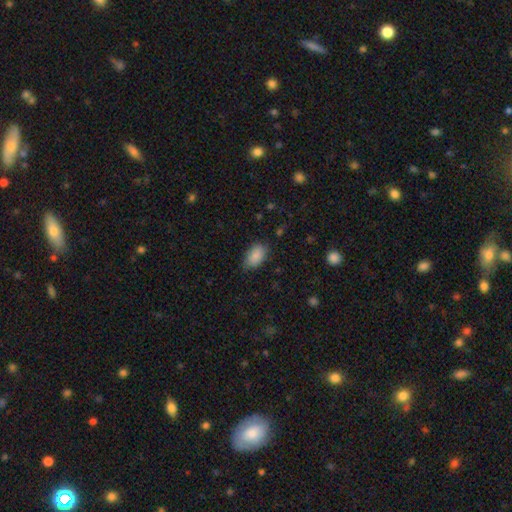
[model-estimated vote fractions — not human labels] Q: Smooth or featured?
A: smooth (87%); runner-up: star or artifact (7%)
Q: How rounded?
A: in between (91%); runner-up: round (7%)
Q: Merging?
A: none (75%); runner-up: minor disturbance (20%)